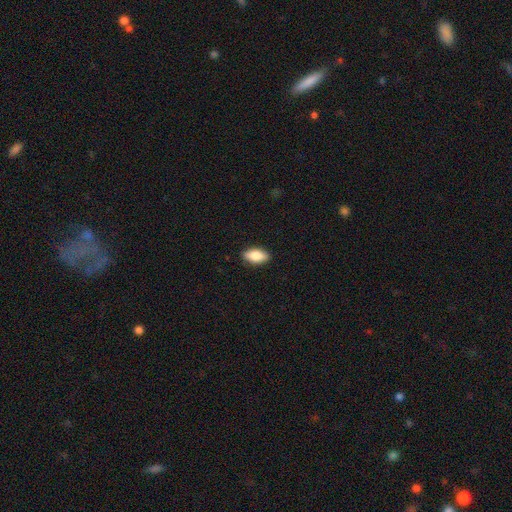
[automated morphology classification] smooth_or_featured: smooth (p=0.79) [alt: featured or disk p=0.15]
how_rounded: in between (p=0.87) [alt: cigar-shaped p=0.10]
merging: none (p=0.89) [alt: minor disturbance p=0.09]